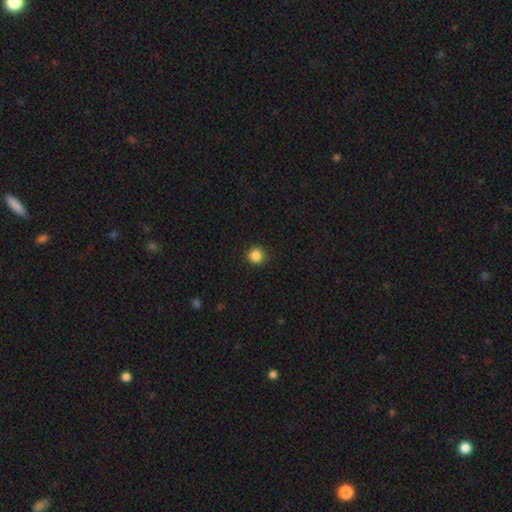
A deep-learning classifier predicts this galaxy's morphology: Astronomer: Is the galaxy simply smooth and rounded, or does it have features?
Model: smooth — 85%.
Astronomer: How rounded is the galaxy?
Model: round — 95%.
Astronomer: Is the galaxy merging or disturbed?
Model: none — 93%.